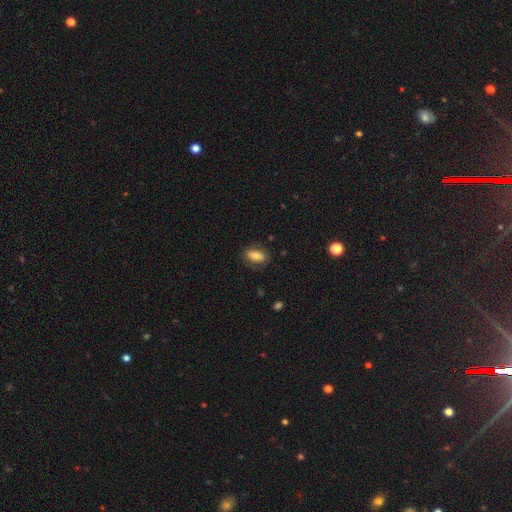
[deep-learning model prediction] The model was most divided on "smooth or featured": smooth: 74%, featured or disk: 18%, star or artifact: 8%. More confident: how rounded — in between (87%); merging — none (79%).